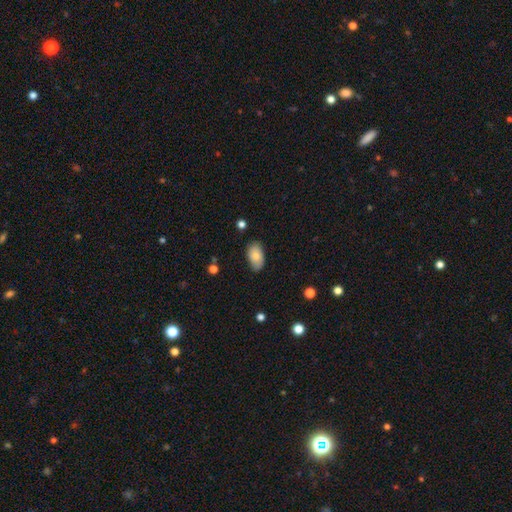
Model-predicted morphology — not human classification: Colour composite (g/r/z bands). It shows a smooth galaxy with no disk features (81%) that is in between round and cigar-shaped (94%). Merging: none (78%).